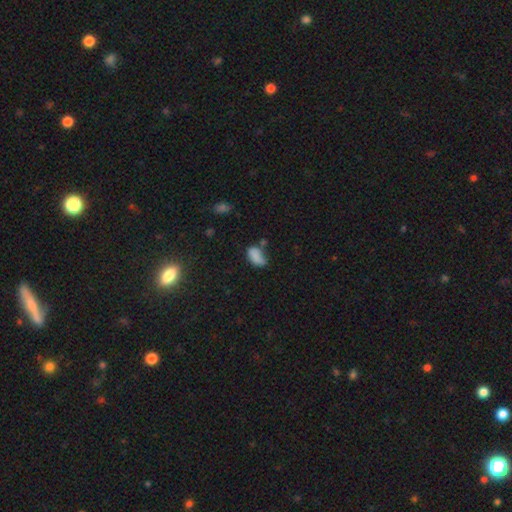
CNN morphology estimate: A smooth galaxy with no disk features (75%) that is in between round and cigar-shaped (90%).

Vote fractions:
- Smooth or featured? smooth: 75% / featured or disk: 14% / star or artifact: 11%
- How rounded? in between: 90% / round: 8% / cigar-shaped: 2%
- Merging? none: 37% / minor disturbance: 31% / major disturbance: 19% / merger: 13%